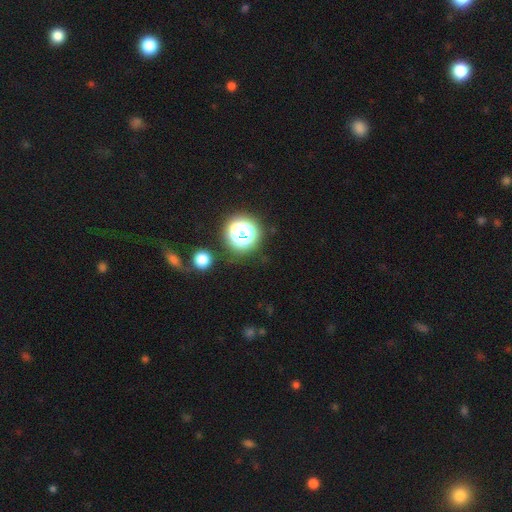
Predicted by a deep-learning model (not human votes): smooth_or_featured: star or artifact (p=0.72) [alt: smooth p=0.21]